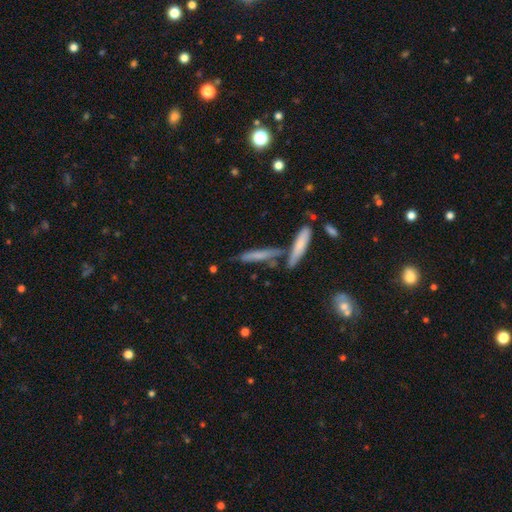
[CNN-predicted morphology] A smooth galaxy with no disk features (54%) that is cigar-shaped (86%). Merging: none (58%).